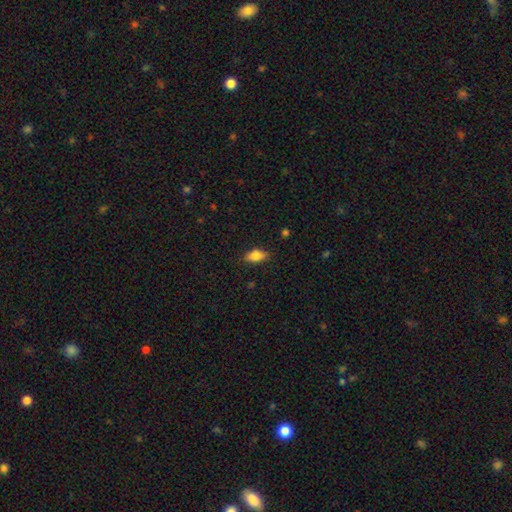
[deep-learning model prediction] Smooth or featured? Predicted: smooth (p=0.83). How rounded? Predicted: in between (p=0.88). Merging? Predicted: none (p=0.83).